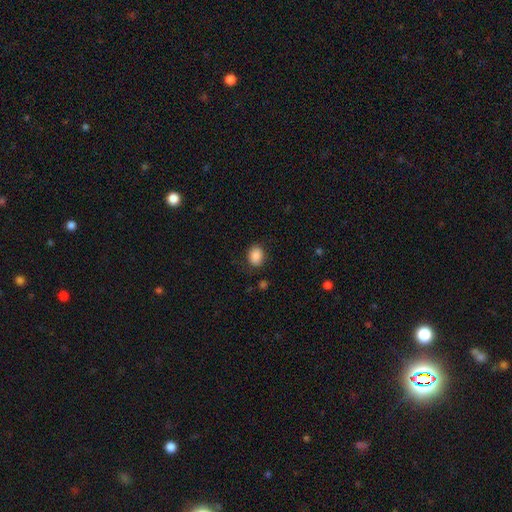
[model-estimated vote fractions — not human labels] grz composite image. It shows a smooth galaxy with no disk features (87%) that is in between round and cigar-shaped (60%). Merging: none (83%).